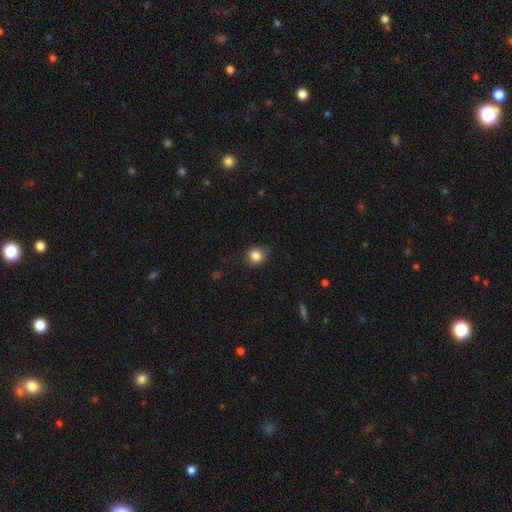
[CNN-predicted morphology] smooth 84%, star or artifact 10%, featured or disk 7%. Down the decision tree: how rounded — round (63%); merging — none (67%).